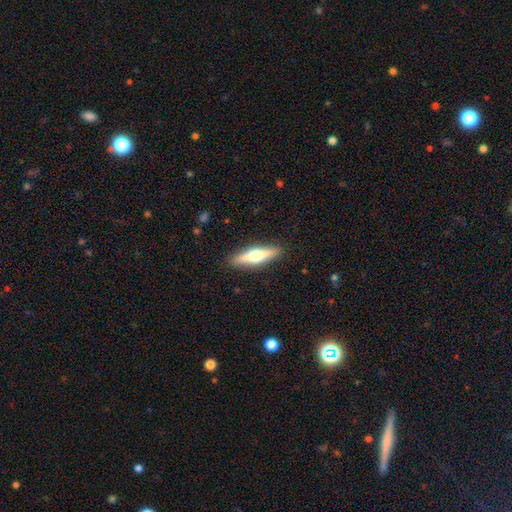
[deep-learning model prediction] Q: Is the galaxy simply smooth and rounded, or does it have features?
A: featured or disk — 52%.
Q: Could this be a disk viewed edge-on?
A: yes — 93%.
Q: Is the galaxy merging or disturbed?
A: none — 90%.